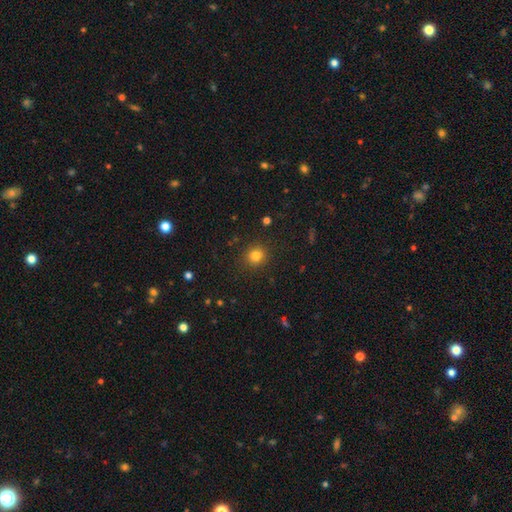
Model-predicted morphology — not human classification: Smooth or featured? Predicted: smooth (p=0.82). How rounded? Predicted: round (p=0.87). Merging? Predicted: none (p=0.89).